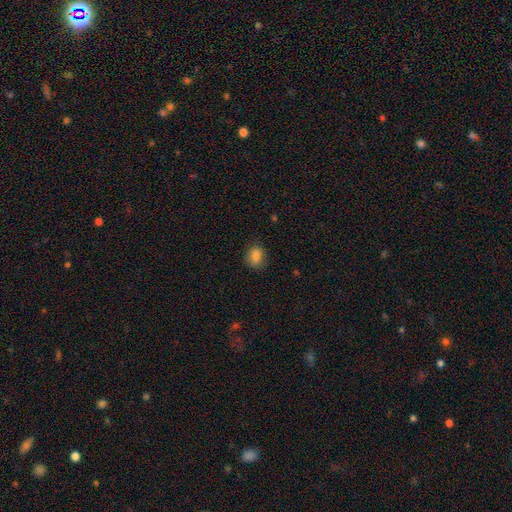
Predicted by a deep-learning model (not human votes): A smooth galaxy with no disk features (85%) that is in between round and cigar-shaped (50%).

Vote fractions:
- Smooth or featured? smooth: 85% / star or artifact: 10% / featured or disk: 5%
- How rounded? in between: 50% / round: 48% / cigar-shaped: 1%
- Merging? none: 80% / minor disturbance: 16% / major disturbance: 4% / merger: 1%